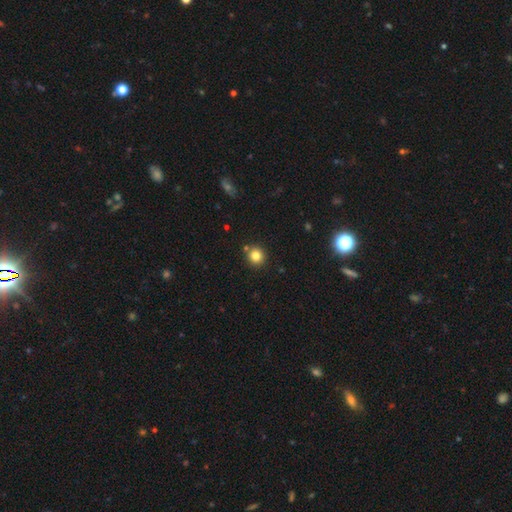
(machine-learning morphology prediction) Smooth or featured? smooth (82%)
How rounded? round (92%)
Merging? none (84%)